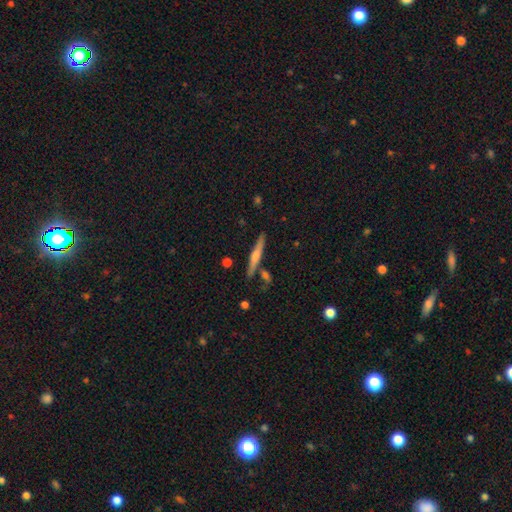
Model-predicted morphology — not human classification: Smooth or featured? Predicted: featured or disk (p=0.53). Edge-on disk? Predicted: yes (p=0.96). Edge-on bulge? Predicted: rounded (p=0.69). Merging? Predicted: none (p=0.81).